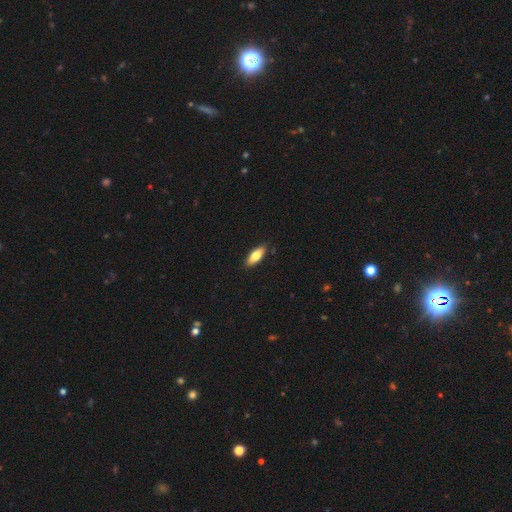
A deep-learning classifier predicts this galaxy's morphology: Overall: smooth (76%). How rounded: in between (71%). Merging: none (87%).